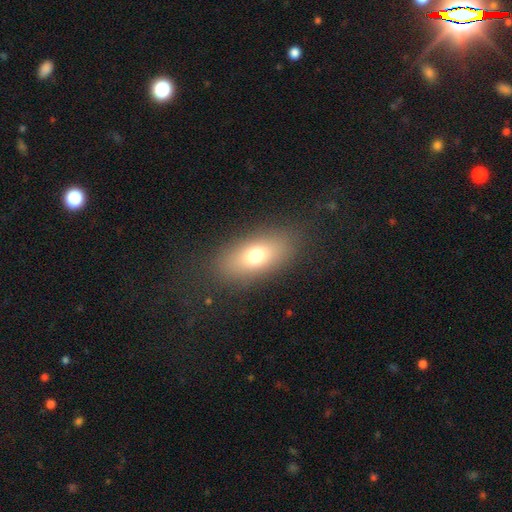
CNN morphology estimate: Smooth or featured: smooth — 71% (featured or disk — 17%)
How rounded: in between — 83% (cigar-shaped — 9%)
Merging: none — 84% (minor disturbance — 10%)